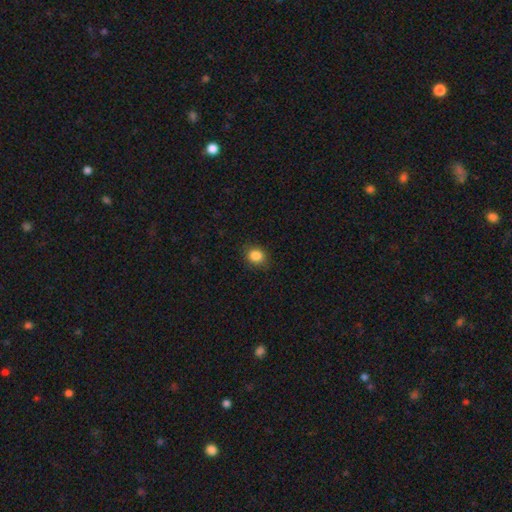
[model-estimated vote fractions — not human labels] Overall: smooth (86%). How rounded: round (68%; in between 31%). Merging: none (87%).